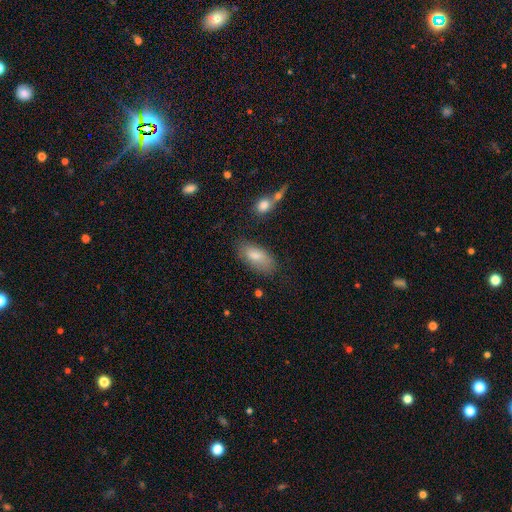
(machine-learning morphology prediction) Smooth or featured?
  - smooth: 81% *
  - featured or disk: 13%
  - star or artifact: 7%
How rounded?
  - in between: 90% *
  - cigar-shaped: 8%
  - round: 2%
Merging?
  - none: 67% *
  - minor disturbance: 22%
  - major disturbance: 7%
  - merger: 4%